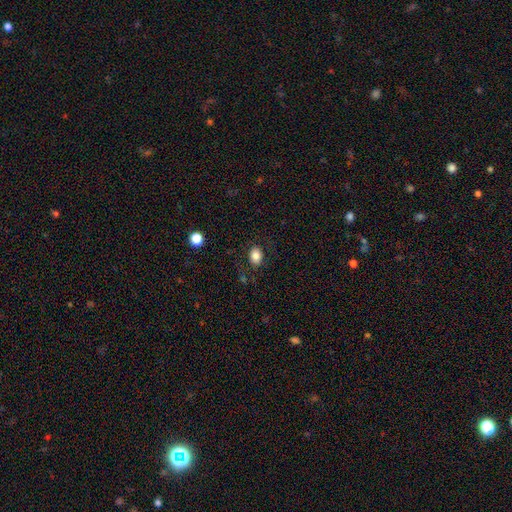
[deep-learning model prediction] The model was most divided on "how rounded": in between: 68%, round: 31%, cigar-shaped: 1%. More confident: smooth or featured — smooth (83%); merging — none (82%).